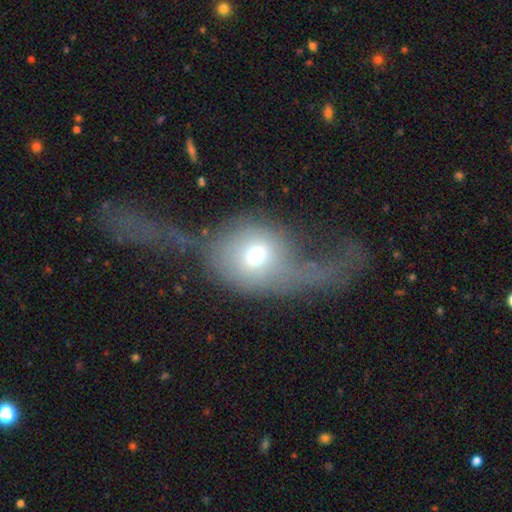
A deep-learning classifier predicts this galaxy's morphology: The model was most divided on "merging": major disturbance: 47%, none: 22%, minor disturbance: 16%, merger: 15%. More confident: how rounded — round (63%); smooth or featured — smooth (59%).